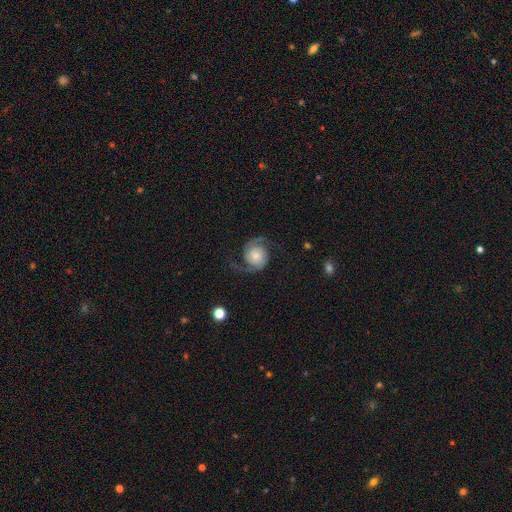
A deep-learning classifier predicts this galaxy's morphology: Overall: featured or disk (86%). Edge-on disk: no (98%). Bar: no (74%). Spiral arms: yes (98%). Spiral arm count: 2 (94%). Spiral winding: medium (47%; loose 33%). Bulge size: small (36%; moderate 34%). Merging: none (77%).